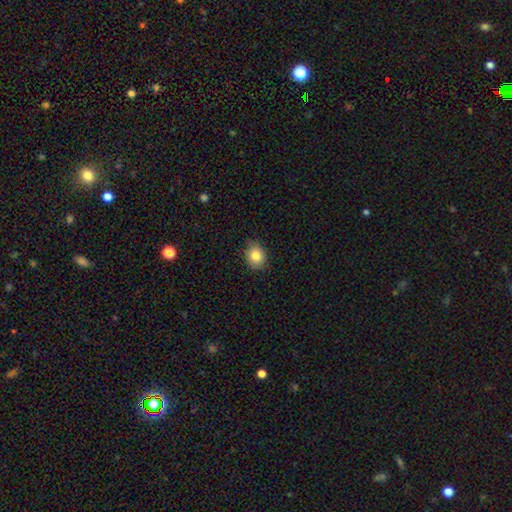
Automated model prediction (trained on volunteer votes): Overall: smooth (83%). How rounded: round (57%; in between 42%). Merging: none (82%).